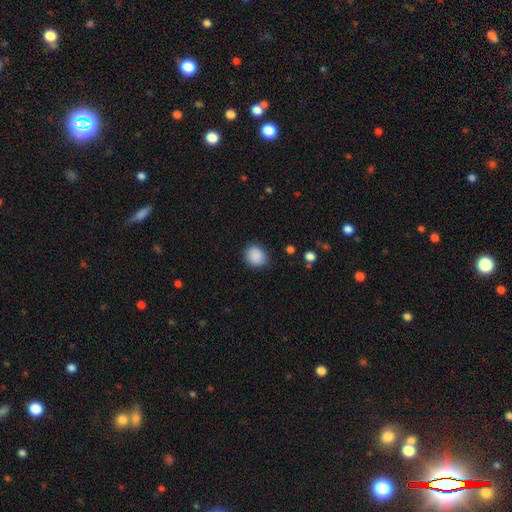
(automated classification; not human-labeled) smooth_or_featured: smooth (p=0.88) [alt: star or artifact p=0.08]
how_rounded: round (p=0.75) [alt: in between p=0.24]
merging: none (p=0.86) [alt: minor disturbance p=0.10]